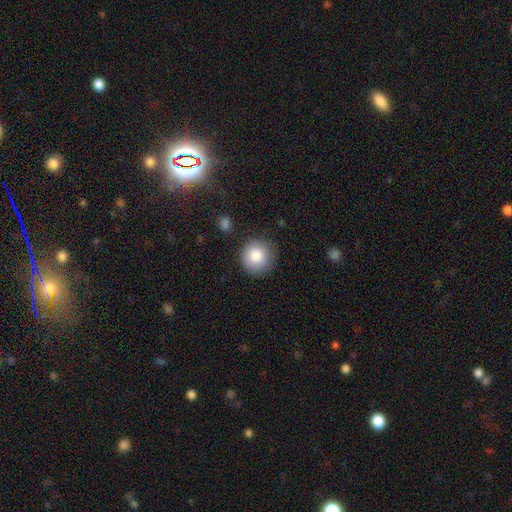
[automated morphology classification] A smooth galaxy with no disk features (85%) that is round (94%).

Vote fractions:
- Smooth or featured? smooth: 85% / star or artifact: 8% / featured or disk: 7%
- How rounded? round: 94% / in between: 5% / cigar-shaped: 1%
- Merging? none: 86% / minor disturbance: 9% / major disturbance: 3% / merger: 2%